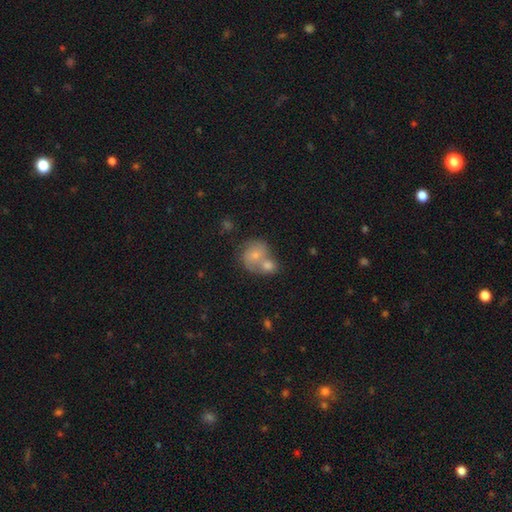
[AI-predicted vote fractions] Smooth or featured? Predicted: smooth (p=0.56). How rounded? Predicted: round (p=0.65). Merging? Predicted: merger (p=0.62).